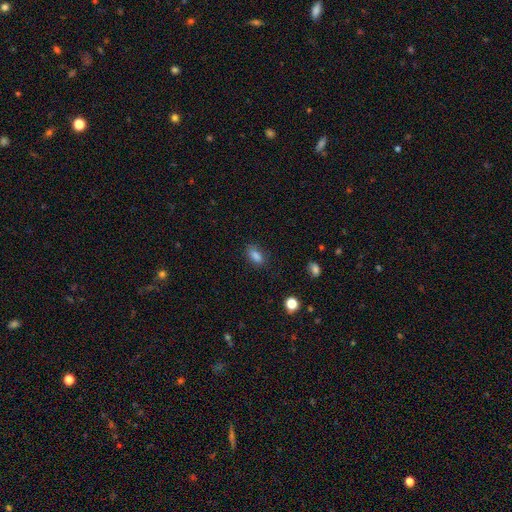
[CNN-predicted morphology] A smooth galaxy with no disk features (84%) that is in between round and cigar-shaped (85%). Merging: none (81%).